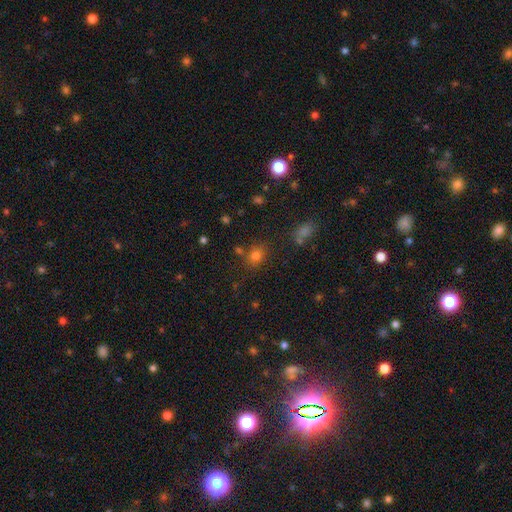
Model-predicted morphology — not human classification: smooth-or-featured: smooth: 74% | star or artifact: 18% | featured or disk: 8%
  how-rounded: round: 57% | in between: 41% | cigar-shaped: 1%
  merging: none: 71% | minor disturbance: 14% | merger: 10% | major disturbance: 5%